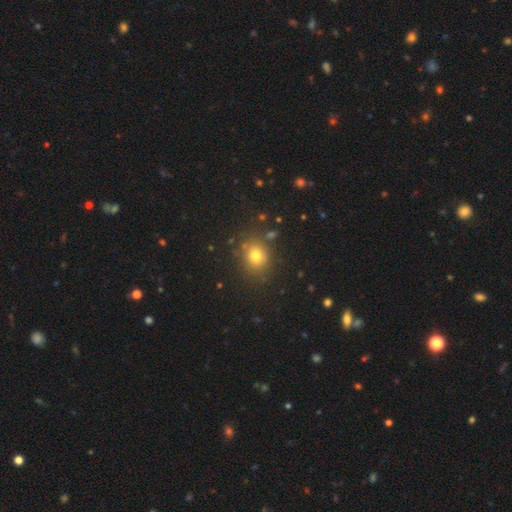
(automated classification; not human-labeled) Smooth or featured?
  - smooth: 75% *
  - star or artifact: 16%
  - featured or disk: 9%
How rounded?
  - round: 71% *
  - in between: 28%
  - cigar-shaped: 1%
Merging?
  - none: 81% *
  - minor disturbance: 11%
  - major disturbance: 4%
  - merger: 4%